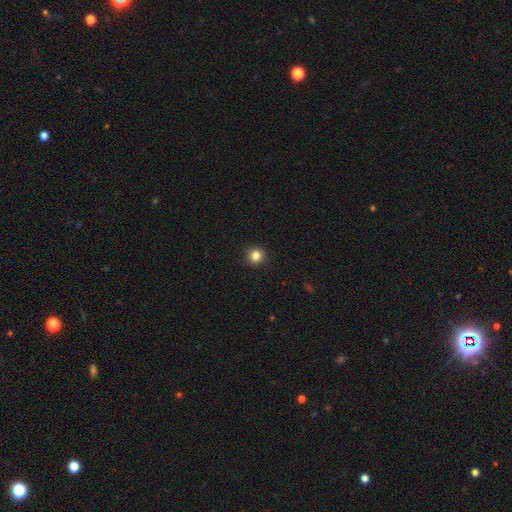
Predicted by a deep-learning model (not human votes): smooth-or-featured: smooth: 84% | star or artifact: 12% | featured or disk: 4%
  how-rounded: round: 94% | in between: 5% | cigar-shaped: 1%
  merging: none: 93% | minor disturbance: 5% | major disturbance: 2% | merger: 1%